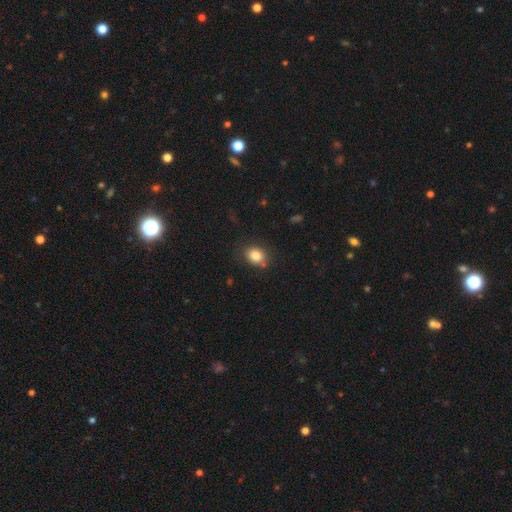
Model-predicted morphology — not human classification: A smooth galaxy with no disk features (83%) that is round (52%). Merging: none (76%).